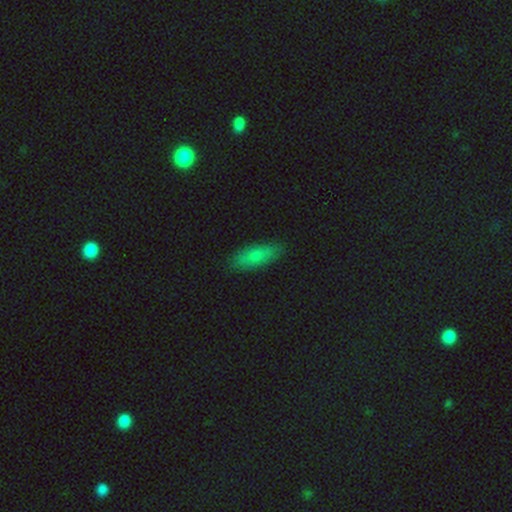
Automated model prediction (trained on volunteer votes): Smooth or featured? smooth (77%)
How rounded? in between (72%)
Merging? none (85%)